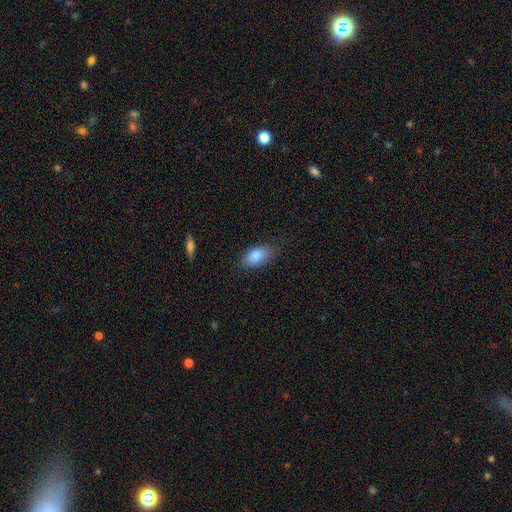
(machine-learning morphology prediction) Smooth or featured: smooth — 86% (featured or disk — 7%)
How rounded: in between — 91% (round — 5%)
Merging: none — 76% (minor disturbance — 18%)